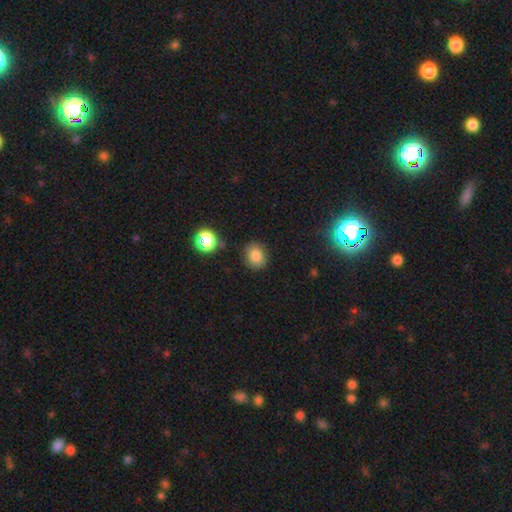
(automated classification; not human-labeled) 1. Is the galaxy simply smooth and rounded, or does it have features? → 81% smooth, 13% star or artifact, 7% featured or disk.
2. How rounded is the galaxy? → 69% round, 30% in between, 1% cigar-shaped.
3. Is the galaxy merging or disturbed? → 85% none, 10% minor disturbance, 3% major disturbance, 2% merger.